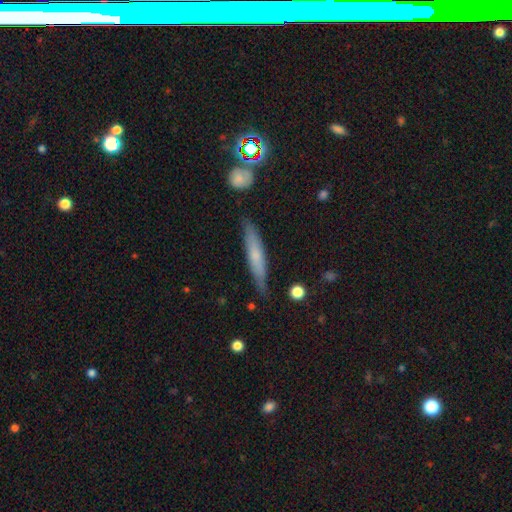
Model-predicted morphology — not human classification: type=smooth (57%); roundness=cigar-shaped (89%); merging=none (80%).